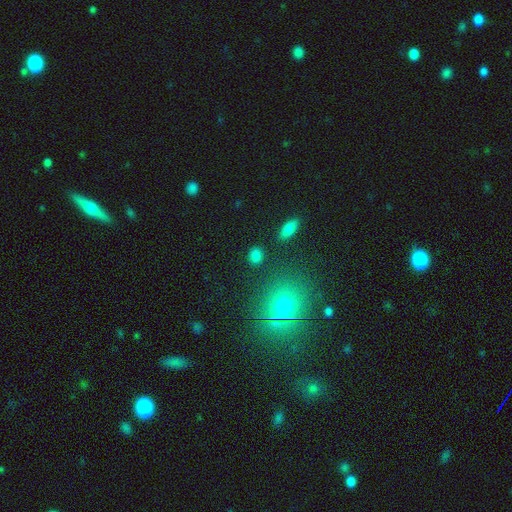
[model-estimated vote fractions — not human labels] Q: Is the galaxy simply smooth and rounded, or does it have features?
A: smooth — 83%.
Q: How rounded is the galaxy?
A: round — 57%.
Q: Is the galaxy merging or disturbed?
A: none — 85%.